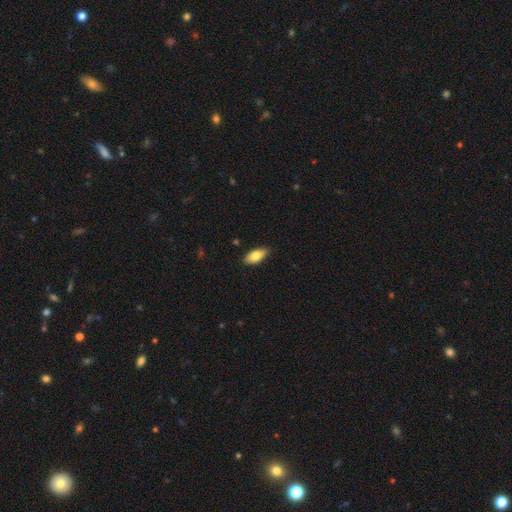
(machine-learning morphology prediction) Smooth or featured?
  - smooth: 80% *
  - featured or disk: 14%
  - star or artifact: 6%
How rounded?
  - in between: 89% *
  - cigar-shaped: 8%
  - round: 3%
Merging?
  - none: 84% *
  - minor disturbance: 13%
  - major disturbance: 2%
  - merger: 1%